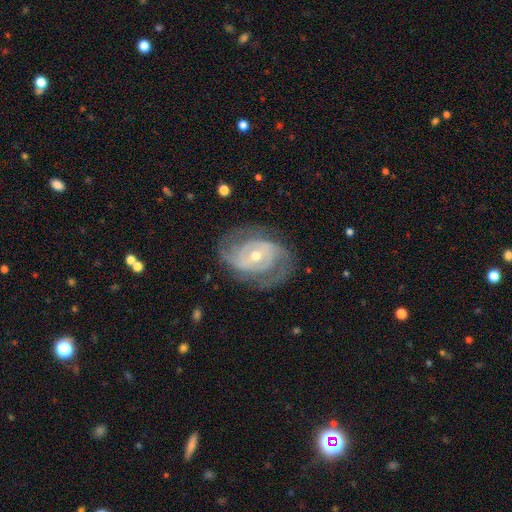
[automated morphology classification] Smooth or featured?
  - featured or disk: 89% *
  - smooth: 7%
  - star or artifact: 5%
Edge-on disk?
  - no: 97% *
  - yes: 3%
Bar?
  - no: 52% *
  - weak: 34%
  - strong: 14%
Spiral arms?
  - yes: 95% *
  - no: 5%
Spiral winding?
  - tight: 57% *
  - medium: 35%
  - loose: 8%
Spiral arm count?
  - 2: 56% *
  - can't tell: 18%
  - 3: 16%
  - 4: 4%
  - 1: 4%
  - more than 4: 3%
Bulge size?
  - moderate: 54% *
  - small: 43%
  - large: 2%
  - none: 1%
  - dominant: 1%
Merging?
  - none: 72% *
  - minor disturbance: 18%
  - major disturbance: 10%
  - merger: 1%